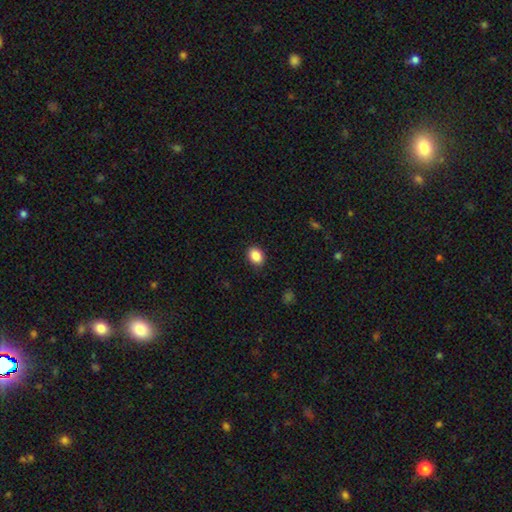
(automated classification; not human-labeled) This is clearly a smooth galaxy (88%). How rounded: likely in between (64%). Merging: clearly none (88%).